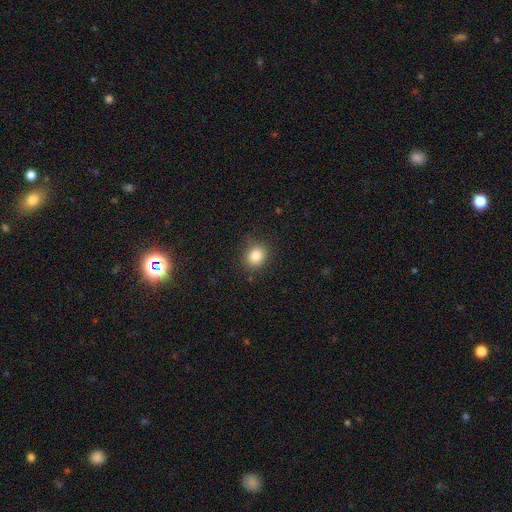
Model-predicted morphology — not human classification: Q: Smooth or featured?
A: smooth (83%); runner-up: star or artifact (11%)
Q: How rounded?
A: round (61%); runner-up: in between (38%)
Q: Merging?
A: none (79%); runner-up: minor disturbance (15%)